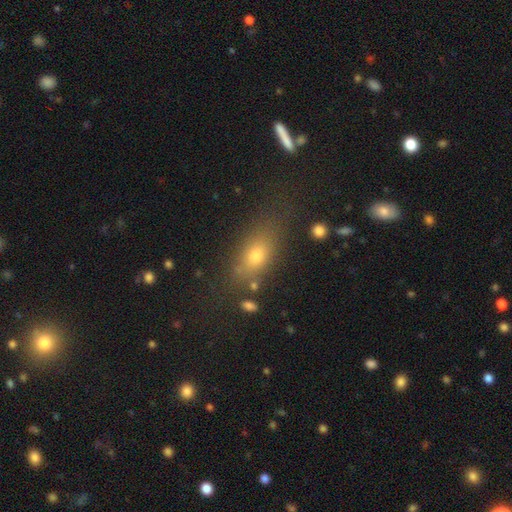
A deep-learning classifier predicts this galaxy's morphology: smooth-or-featured: smooth: 71% | featured or disk: 15% | star or artifact: 13%
  how-rounded: in between: 72% | cigar-shaped: 15% | round: 13%
  merging: none: 67% | minor disturbance: 18% | major disturbance: 10% | merger: 5%